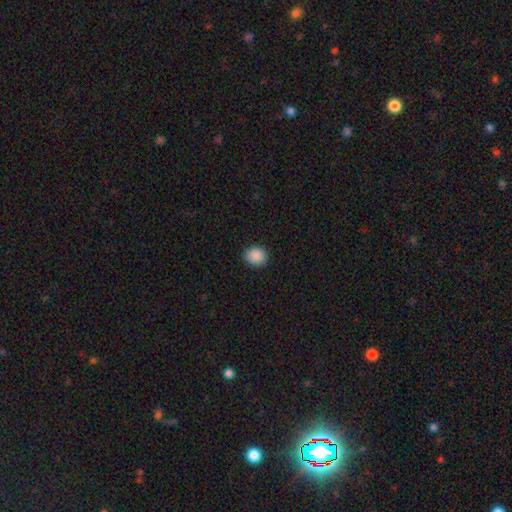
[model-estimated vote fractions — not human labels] Q: Smooth or featured?
A: smooth (89%); runner-up: star or artifact (8%)
Q: How rounded?
A: round (74%); runner-up: in between (26%)
Q: Merging?
A: none (90%); runner-up: minor disturbance (7%)